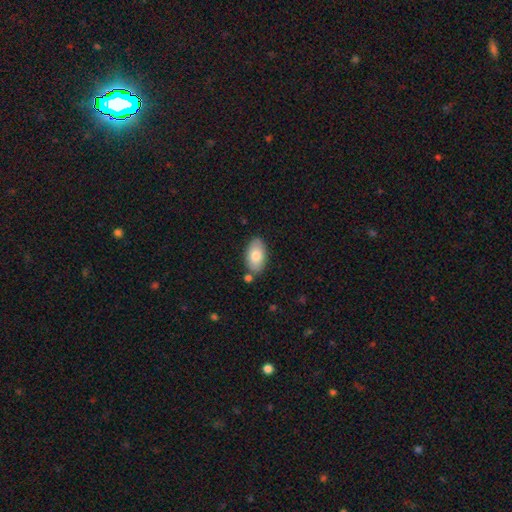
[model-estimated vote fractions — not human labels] smooth 79%, featured or disk 15%, star or artifact 6%. Down the decision tree: how rounded — in between (94%); merging — none (78%).